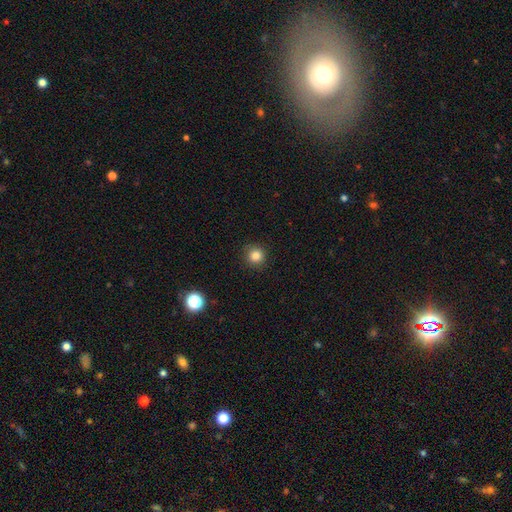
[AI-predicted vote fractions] Morphology: type=smooth (84%); roundness=round (94%); merging=none (89%).